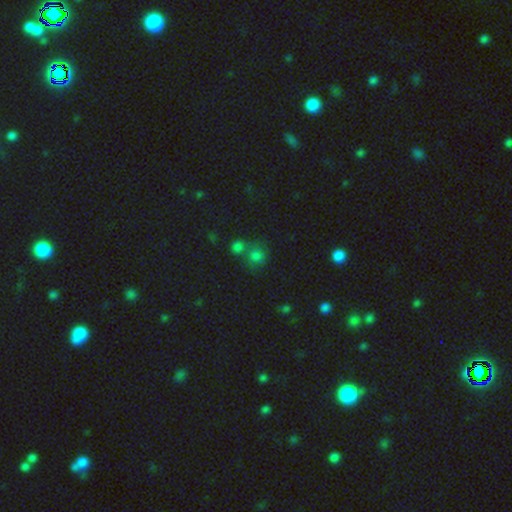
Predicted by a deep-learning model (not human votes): Smooth or featured: smooth — 69% (star or artifact — 23%)
How rounded: round — 84% (in between — 15%)
Merging: none — 43% (merger — 41%)